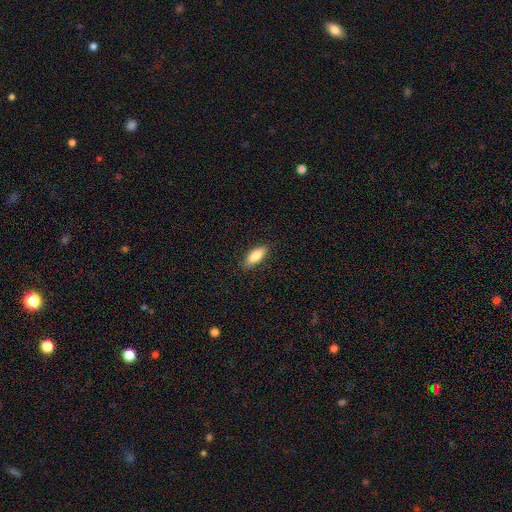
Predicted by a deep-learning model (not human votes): Smooth or featured? Predicted: smooth (p=0.84). How rounded? Predicted: in between (p=0.74). Merging? Predicted: none (p=0.86).